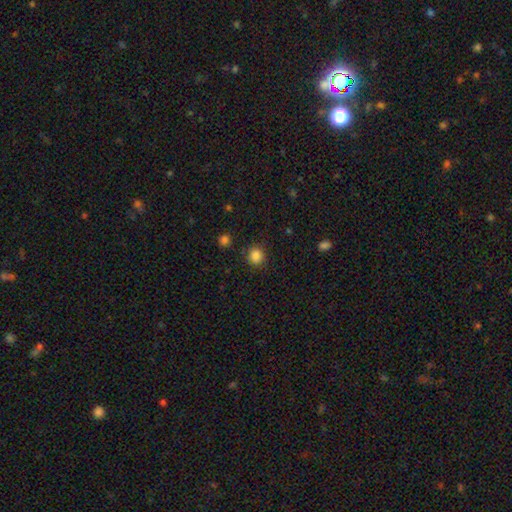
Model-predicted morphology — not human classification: Smooth or featured? Predicted: smooth (p=0.85). How rounded? Predicted: round (p=0.87). Merging? Predicted: none (p=0.87).